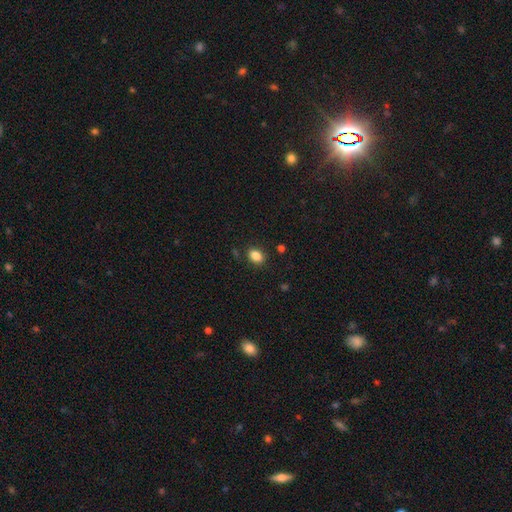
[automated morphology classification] type=smooth (86%); roundness=in between (76%); merging=none (85%).